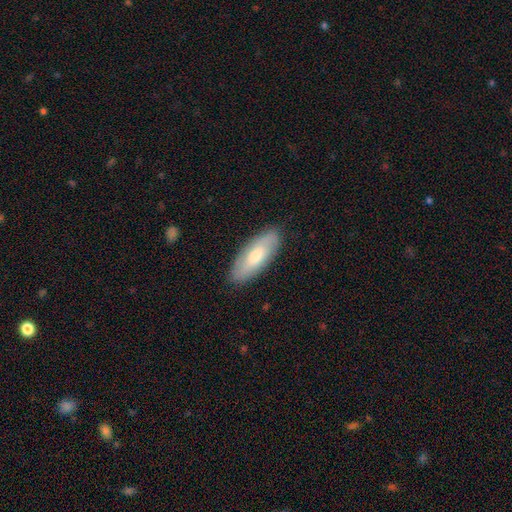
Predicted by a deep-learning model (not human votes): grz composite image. It shows a smooth galaxy with no disk features (62%) that is in between round and cigar-shaped (76%). Merging: none (87%).